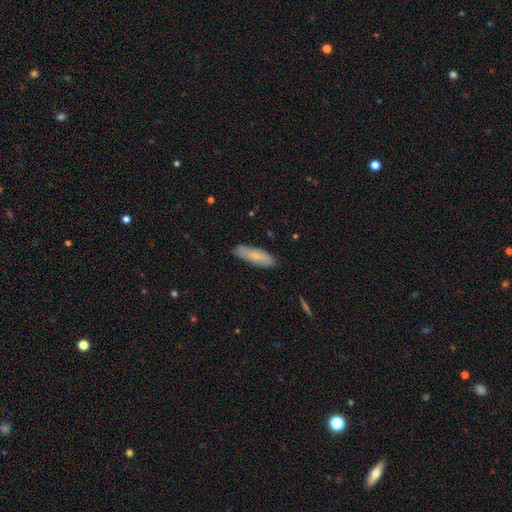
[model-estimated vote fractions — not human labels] Overall: smooth (65%; featured or disk 28%). How rounded: in between (53%; cigar-shaped 45%). Merging: none (81%).